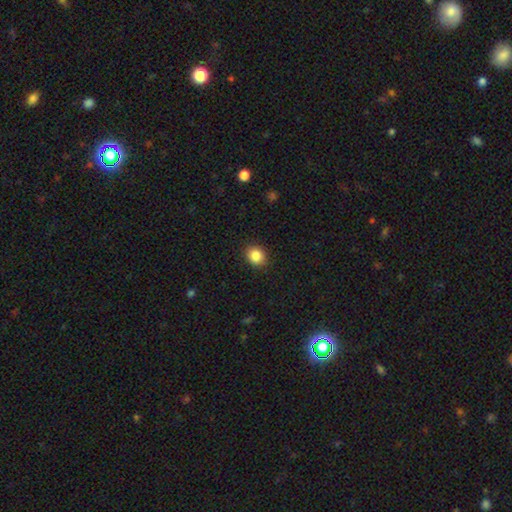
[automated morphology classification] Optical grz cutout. It shows a smooth galaxy with no disk features (86%) that is round (66%). Merging: none (90%).